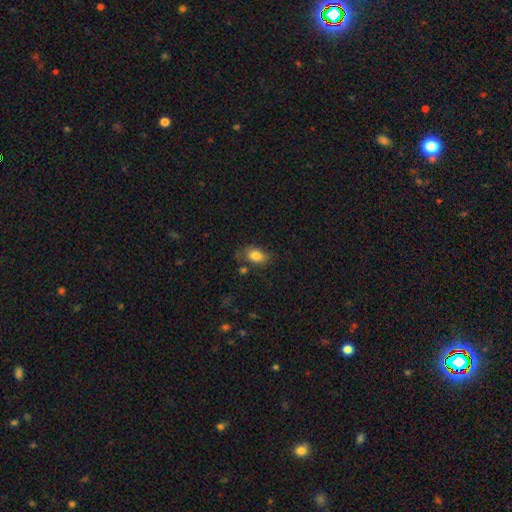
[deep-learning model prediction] Overall: smooth (82%). How rounded: in between (83%). Merging: none (64%).